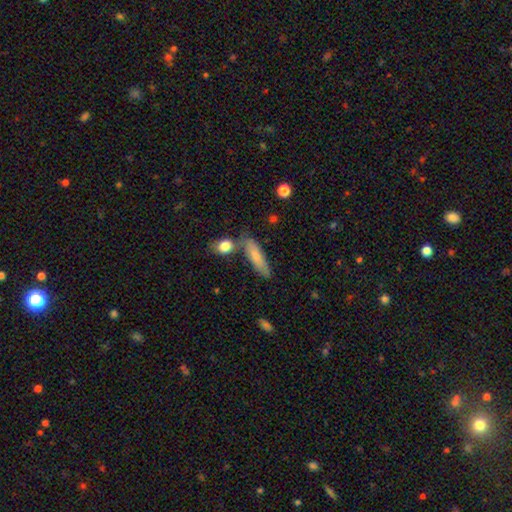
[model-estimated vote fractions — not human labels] Q: Smooth or featured?
A: smooth (75%); runner-up: featured or disk (19%)
Q: How rounded?
A: cigar-shaped (61%); runner-up: in between (37%)
Q: Merging?
A: none (65%); runner-up: minor disturbance (16%)